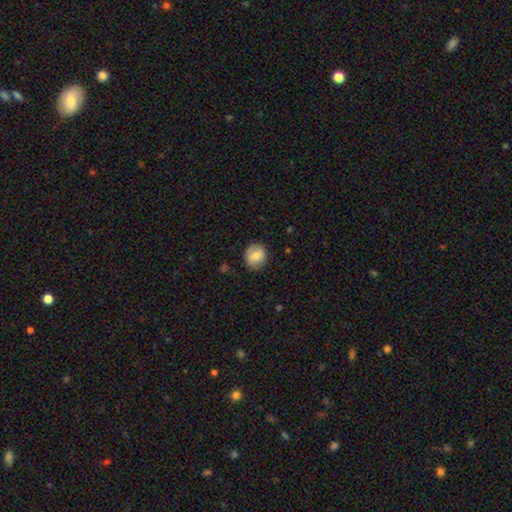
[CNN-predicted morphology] smooth-or-featured: smooth: 71% | featured or disk: 22% | star or artifact: 8%
  how-rounded: round: 76% | in between: 23% | cigar-shaped: 1%
  merging: none: 83% | minor disturbance: 13% | major disturbance: 3% | merger: 1%